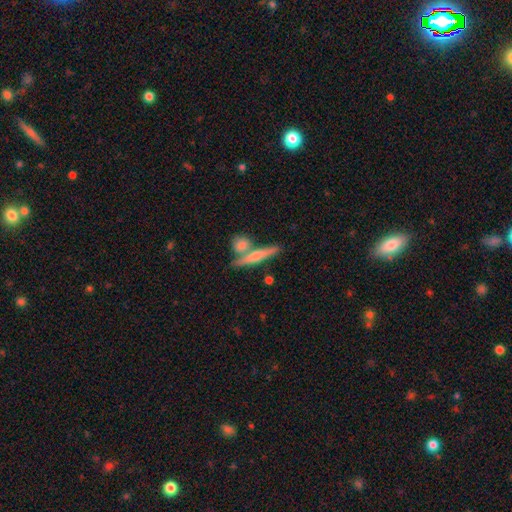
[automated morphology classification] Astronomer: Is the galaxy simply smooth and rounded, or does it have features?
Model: smooth — 51% (runner-up: featured or disk, 42%).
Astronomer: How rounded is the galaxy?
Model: cigar-shaped — 81%.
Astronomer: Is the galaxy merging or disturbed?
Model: none — 60%.